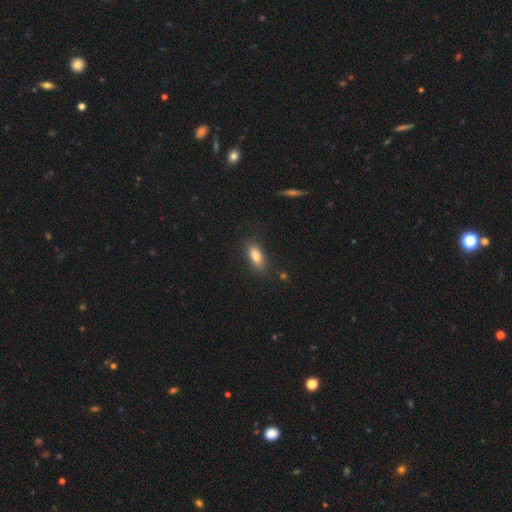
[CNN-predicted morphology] Smooth or featured?
  - smooth: 79% *
  - featured or disk: 13%
  - star or artifact: 8%
How rounded?
  - in between: 81% *
  - cigar-shaped: 15%
  - round: 4%
Merging?
  - none: 80% *
  - minor disturbance: 14%
  - major disturbance: 4%
  - merger: 2%